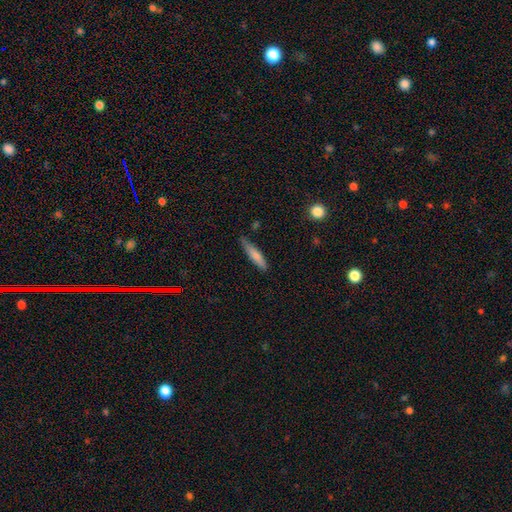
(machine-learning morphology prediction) Smooth or featured? smooth (77%)
How rounded? cigar-shaped (83%)
Merging? none (68%)